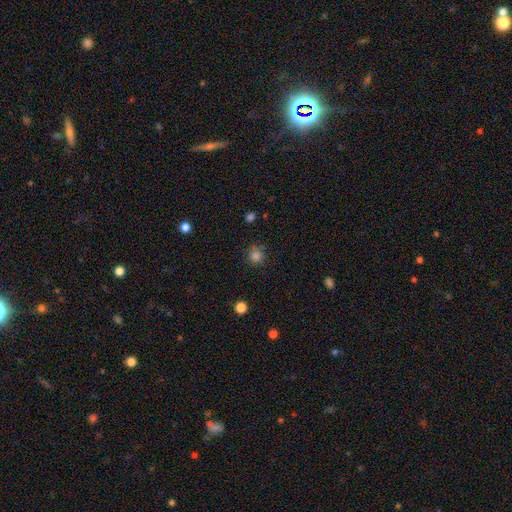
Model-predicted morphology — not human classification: smooth 81%, star or artifact 14%, featured or disk 5%. Down the decision tree: how rounded — round (91%); merging — none (79%).